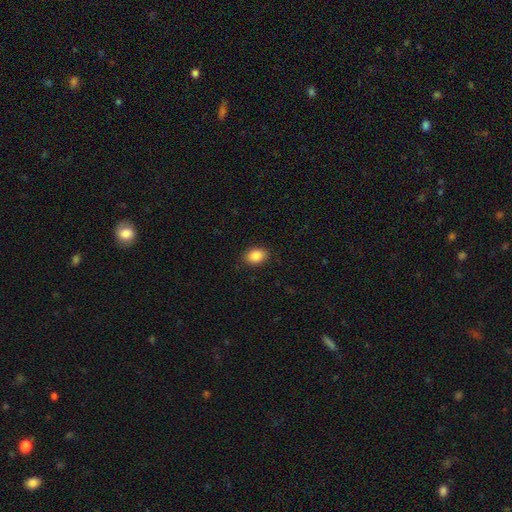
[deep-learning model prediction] The model was most divided on "how rounded": in between: 79%, round: 20%, cigar-shaped: 1%. More confident: smooth or featured — smooth (88%); merging — none (88%).